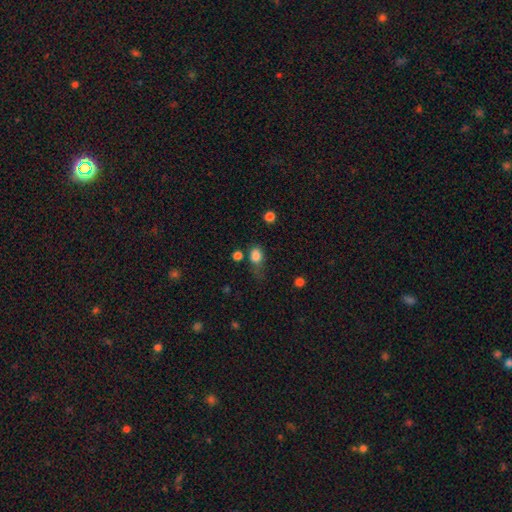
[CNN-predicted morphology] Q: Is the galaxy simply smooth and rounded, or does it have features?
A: smooth — 82%.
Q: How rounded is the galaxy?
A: in between — 60%.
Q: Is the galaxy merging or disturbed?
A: none — 44%.